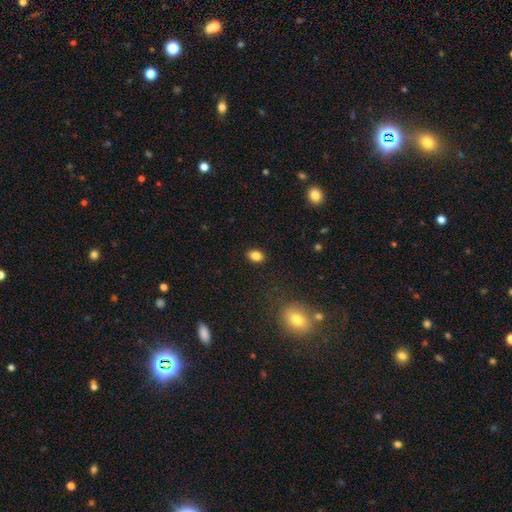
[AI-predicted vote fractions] Q: Smooth or featured?
A: smooth (85%); runner-up: star or artifact (10%)
Q: How rounded?
A: in between (71%); runner-up: round (28%)
Q: Merging?
A: none (89%); runner-up: minor disturbance (8%)